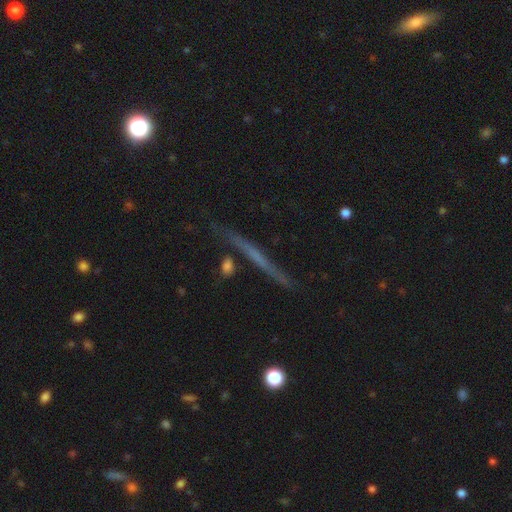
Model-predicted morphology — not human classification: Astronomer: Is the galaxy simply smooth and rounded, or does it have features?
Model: featured or disk — 56% (runner-up: smooth, 35%).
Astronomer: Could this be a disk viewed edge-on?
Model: yes — 95%.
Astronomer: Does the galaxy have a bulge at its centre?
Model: none — 83%.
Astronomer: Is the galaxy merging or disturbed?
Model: none — 83%.